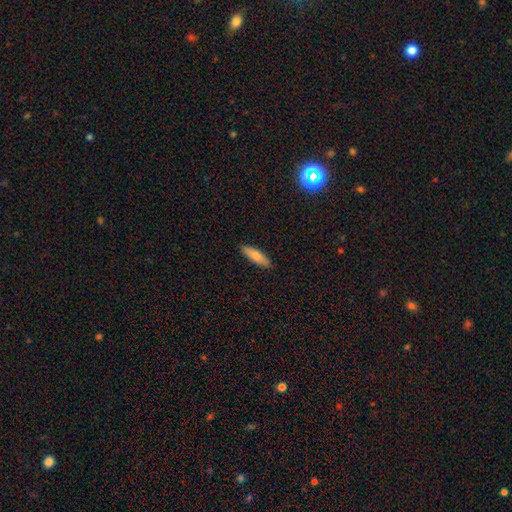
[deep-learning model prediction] A smooth galaxy with no disk features (81%) that is cigar-shaped (55%). Merging: none (89%).